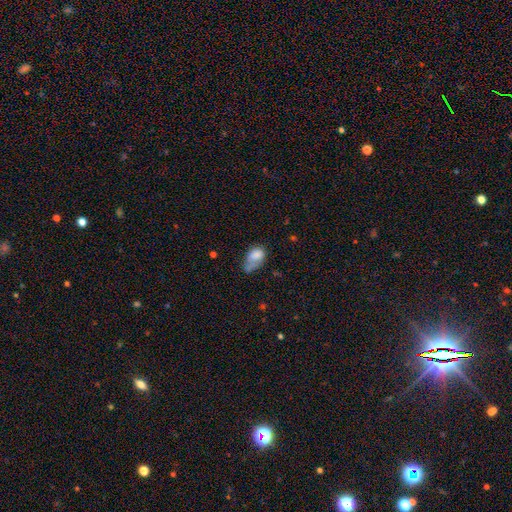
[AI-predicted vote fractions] smooth 76%, featured or disk 15%, star or artifact 9%. Down the decision tree: how rounded — in between (84%); merging — minor disturbance (32%).